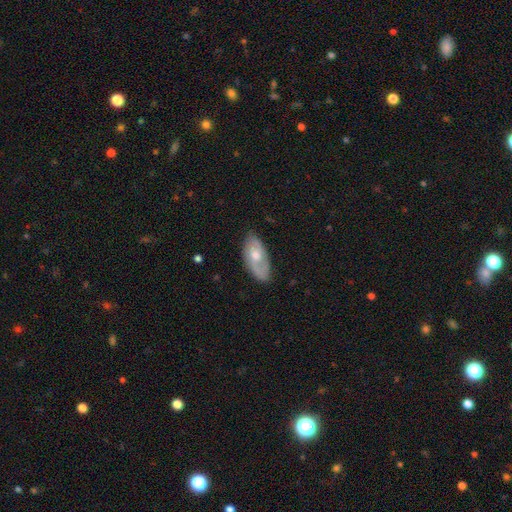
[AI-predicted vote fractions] smooth 48%, featured or disk 47%, star or artifact 6%. Down the decision tree: merging — none (71%).